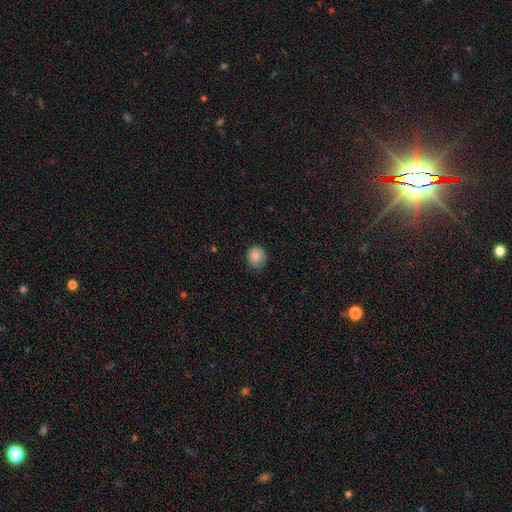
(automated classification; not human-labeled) Q: Smooth or featured?
A: smooth (84%); runner-up: star or artifact (9%)
Q: How rounded?
A: round (78%); runner-up: in between (21%)
Q: Merging?
A: none (74%); runner-up: minor disturbance (22%)